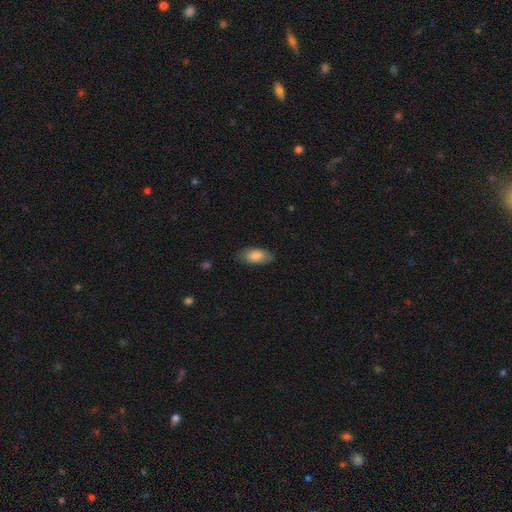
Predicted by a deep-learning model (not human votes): Q: Smooth or featured?
A: smooth (81%); runner-up: featured or disk (13%)
Q: How rounded?
A: in between (90%); runner-up: cigar-shaped (7%)
Q: Merging?
A: none (77%); runner-up: minor disturbance (18%)